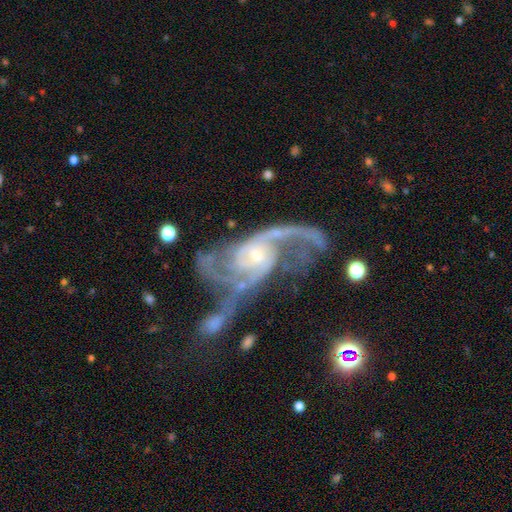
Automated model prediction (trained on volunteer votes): This is clearly a featured or disk galaxy (91%). It is clearly not viewed edge-on (97%). Bar: possibly no (53%). Spiral arm pattern: clearly yes (97%). Spiral arm count: likely 2 (73%). Spiral winding: possibly loose (49%). Central bulge: likely small (65%). Merging: marginally major disturbance (31%).